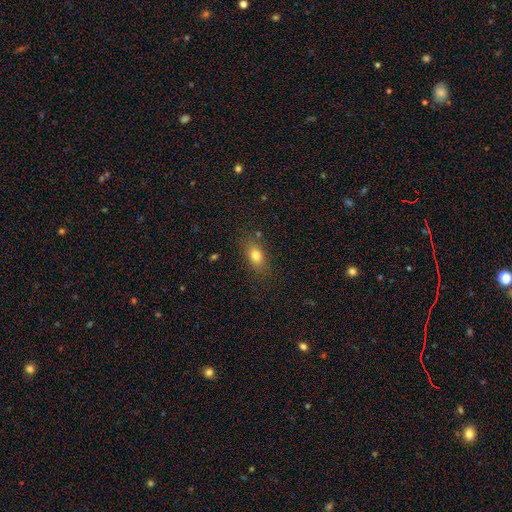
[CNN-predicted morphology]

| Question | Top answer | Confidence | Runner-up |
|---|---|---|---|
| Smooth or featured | smooth | 79% | featured or disk (11%) |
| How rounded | in between | 82% | round (12%) |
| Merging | none | 80% | minor disturbance (14%) |